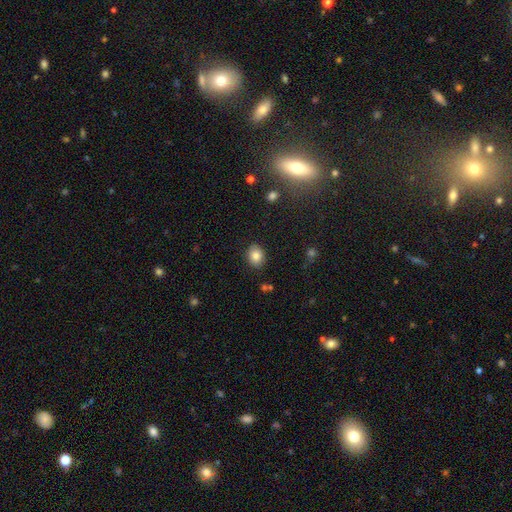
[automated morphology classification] Smooth or featured?
  - smooth: 84% *
  - star or artifact: 9%
  - featured or disk: 7%
How rounded?
  - in between: 58% *
  - round: 41%
  - cigar-shaped: 1%
Merging?
  - none: 87% *
  - minor disturbance: 9%
  - major disturbance: 2%
  - merger: 2%